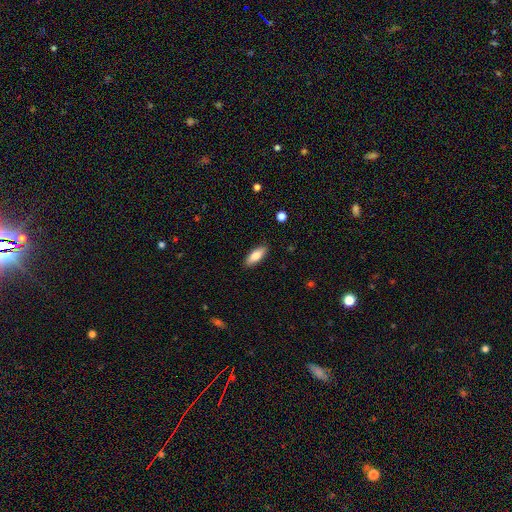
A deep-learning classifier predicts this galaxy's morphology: Smooth or featured: smooth — 76% (featured or disk — 18%)
How rounded: in between — 70% (cigar-shaped — 28%)
Merging: none — 88% (minor disturbance — 9%)